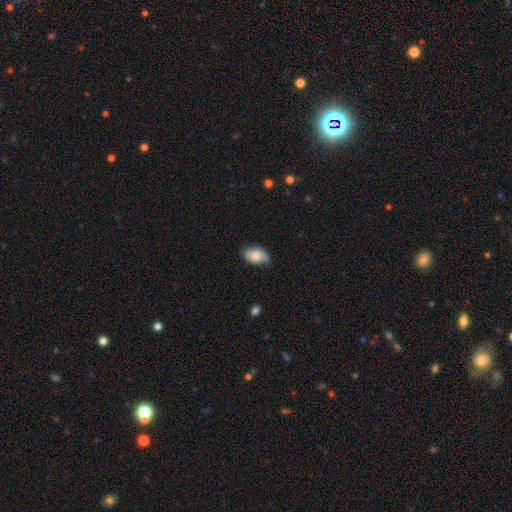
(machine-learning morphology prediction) Q: Smooth or featured?
A: smooth (74%); runner-up: featured or disk (18%)
Q: How rounded?
A: in between (90%); runner-up: round (9%)
Q: Merging?
A: none (56%); runner-up: minor disturbance (35%)